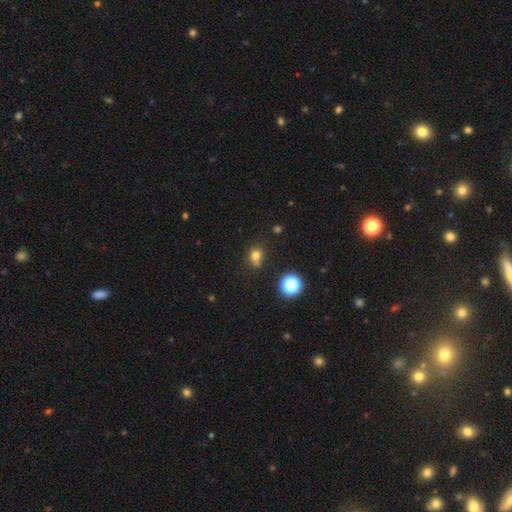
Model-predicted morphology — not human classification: Smooth or featured? Predicted: smooth (p=0.74). How rounded? Predicted: round (p=0.76). Merging? Predicted: none (p=0.62).